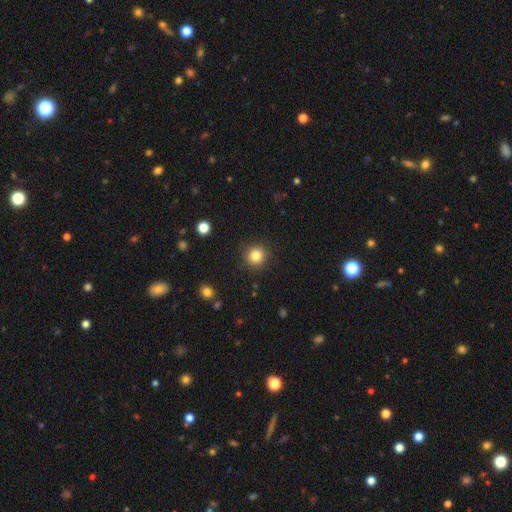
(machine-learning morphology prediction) Smooth or featured? Predicted: smooth (p=0.83). How rounded? Predicted: round (p=0.94). Merging? Predicted: none (p=0.90).